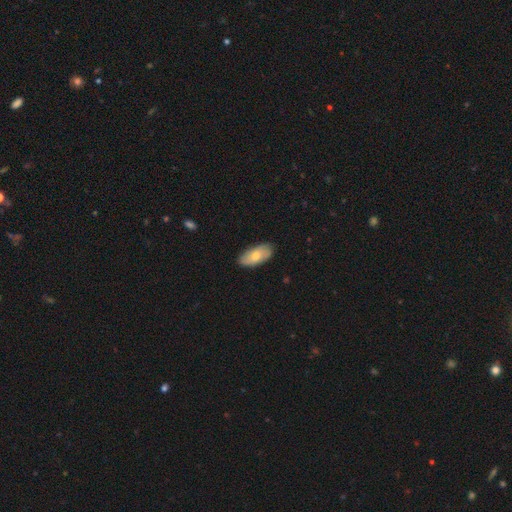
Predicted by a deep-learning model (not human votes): A smooth galaxy with no disk features (67%) that is in between round and cigar-shaped (92%).

Vote fractions:
- Smooth or featured? smooth: 67% / featured or disk: 27% / star or artifact: 6%
- How rounded? in between: 92% / cigar-shaped: 6% / round: 3%
- Merging? none: 83% / minor disturbance: 14% / major disturbance: 2% / merger: 1%